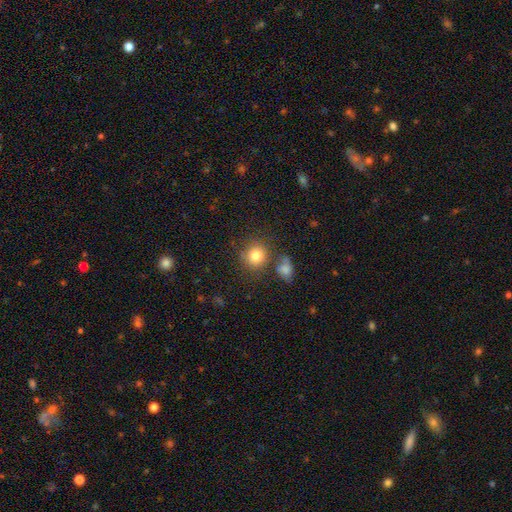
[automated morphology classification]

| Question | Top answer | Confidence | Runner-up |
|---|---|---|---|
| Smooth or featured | smooth | 82% | star or artifact (10%) |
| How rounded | round | 81% | in between (18%) |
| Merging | none | 70% | merger (13%) |